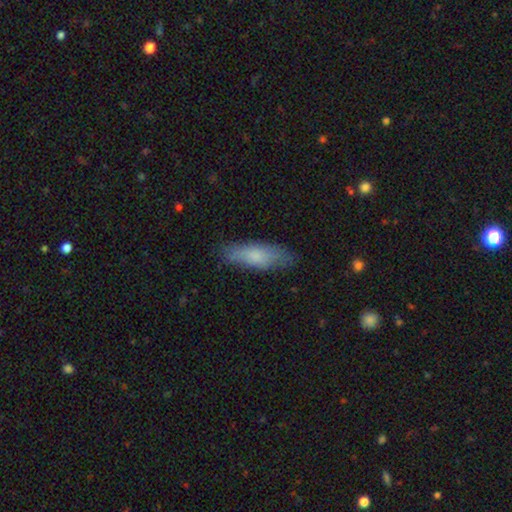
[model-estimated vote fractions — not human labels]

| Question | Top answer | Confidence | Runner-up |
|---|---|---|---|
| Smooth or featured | smooth | 74% | featured or disk (20%) |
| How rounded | in between | 51% | cigar-shaped (47%) |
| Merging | none | 76% | minor disturbance (19%) |